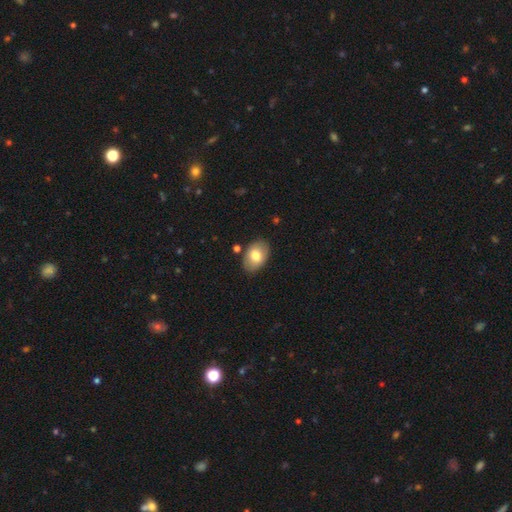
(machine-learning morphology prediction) Smooth or featured?
  - smooth: 74% *
  - featured or disk: 19%
  - star or artifact: 7%
How rounded?
  - in between: 85% *
  - round: 14%
  - cigar-shaped: 1%
Merging?
  - none: 82% *
  - minor disturbance: 12%
  - merger: 3%
  - major disturbance: 3%